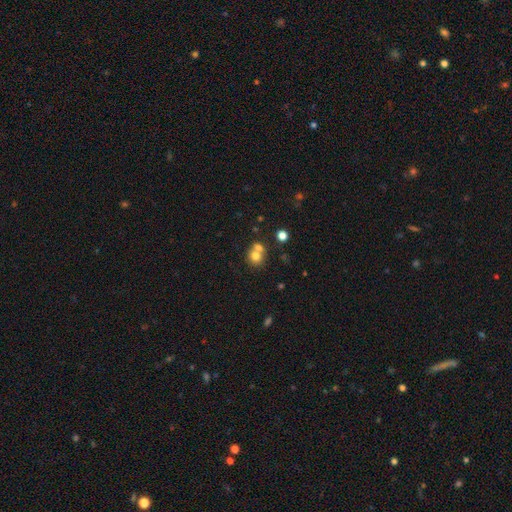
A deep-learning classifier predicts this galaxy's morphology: Q: Smooth or featured?
A: smooth (74%); runner-up: featured or disk (14%)
Q: How rounded?
A: round (77%); runner-up: in between (22%)
Q: Merging?
A: merger (48%); runner-up: none (42%)